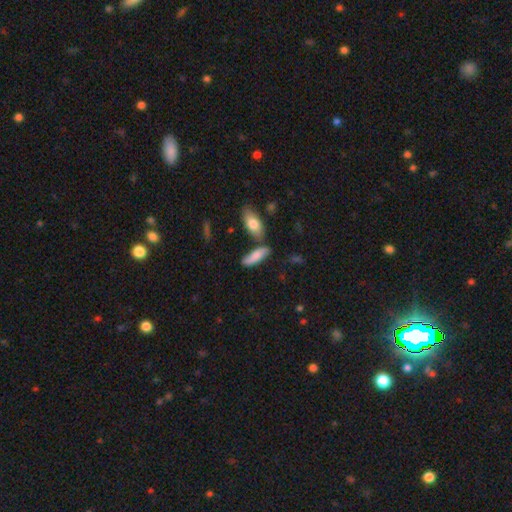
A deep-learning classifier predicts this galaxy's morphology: smooth_or_featured: smooth (p=0.74) [alt: featured or disk p=0.19]
how_rounded: in between (p=0.54) [alt: cigar-shaped p=0.43]
merging: none (p=0.61) [alt: minor disturbance p=0.18]